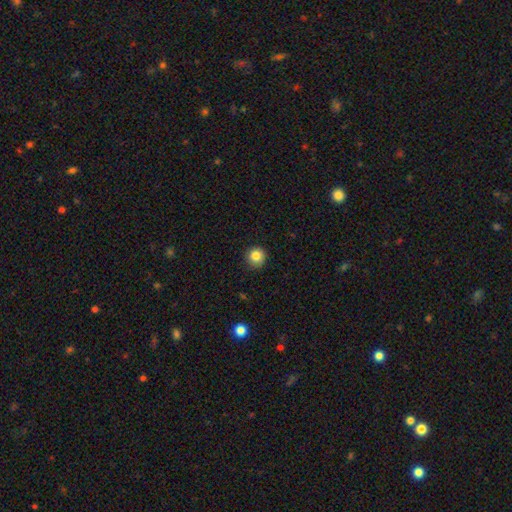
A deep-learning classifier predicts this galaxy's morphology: A smooth galaxy with no disk features (84%) that is round (94%). Merging: none (89%).